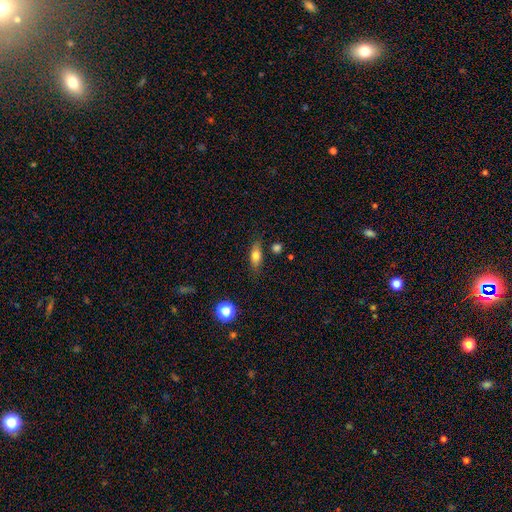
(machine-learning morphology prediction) This is likely a smooth galaxy (70%). How rounded: likely in between (70%). Merging: clearly none (80%).